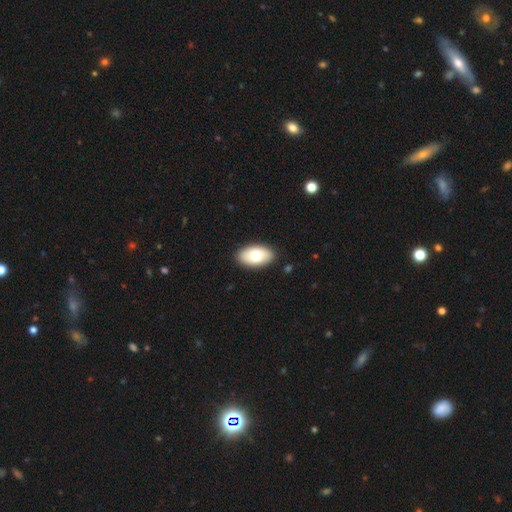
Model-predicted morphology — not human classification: Smooth or featured: smooth — 72% (featured or disk — 22%)
How rounded: in between — 94% (round — 4%)
Merging: none — 89% (minor disturbance — 8%)